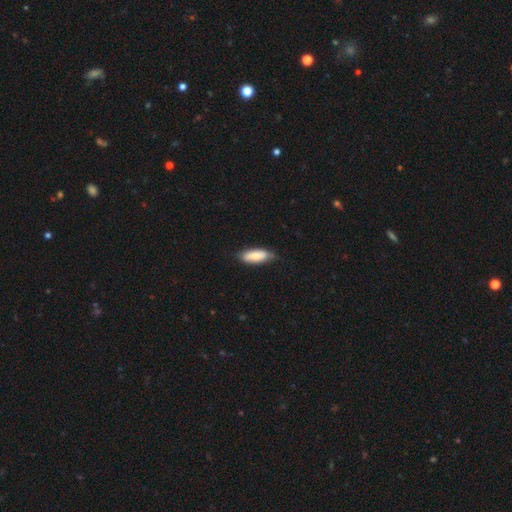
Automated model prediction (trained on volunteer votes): smooth 79%, featured or disk 16%, star or artifact 6%. Down the decision tree: how rounded — in between (68%); merging — none (75%).